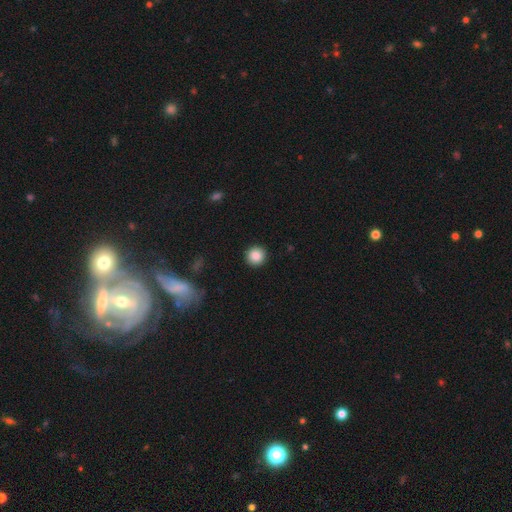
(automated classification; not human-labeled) Smooth or featured?
  - smooth: 87% *
  - star or artifact: 9%
  - featured or disk: 3%
How rounded?
  - round: 95% *
  - in between: 4%
  - cigar-shaped: 1%
Merging?
  - none: 92% *
  - minor disturbance: 5%
  - major disturbance: 2%
  - merger: 1%